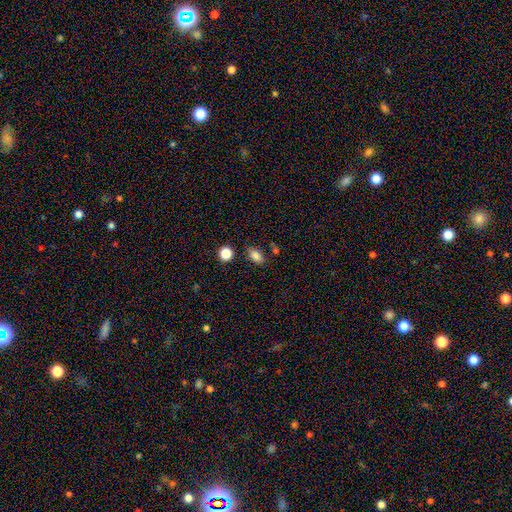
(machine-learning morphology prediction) Smooth or featured: smooth — 84% (star or artifact — 10%)
How rounded: in between — 85% (round — 13%)
Merging: none — 78% (minor disturbance — 12%)